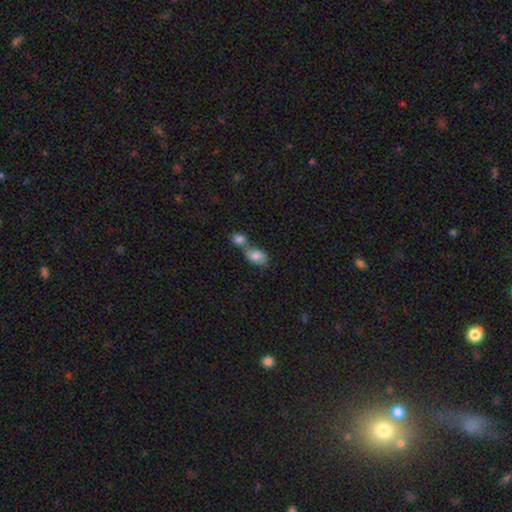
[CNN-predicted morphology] Smooth or featured?
  - smooth: 80% *
  - featured or disk: 13%
  - star or artifact: 8%
How rounded?
  - in between: 85% *
  - round: 12%
  - cigar-shaped: 3%
Merging?
  - merger: 71% *
  - none: 18%
  - minor disturbance: 7%
  - major disturbance: 4%